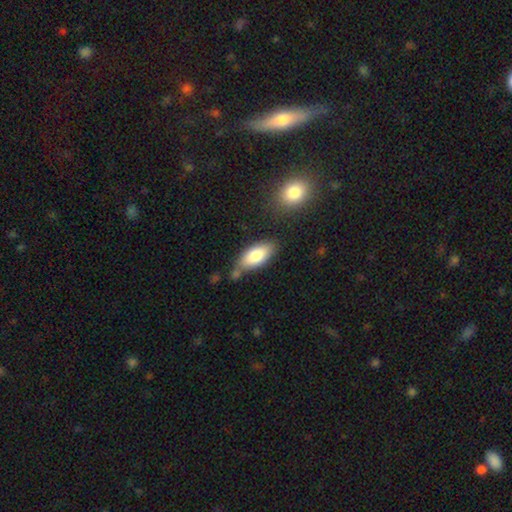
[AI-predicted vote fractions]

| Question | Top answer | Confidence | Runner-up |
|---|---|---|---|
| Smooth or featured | smooth | 82% | featured or disk (11%) |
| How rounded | in between | 87% | cigar-shaped (10%) |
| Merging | none | 63% | minor disturbance (19%) |